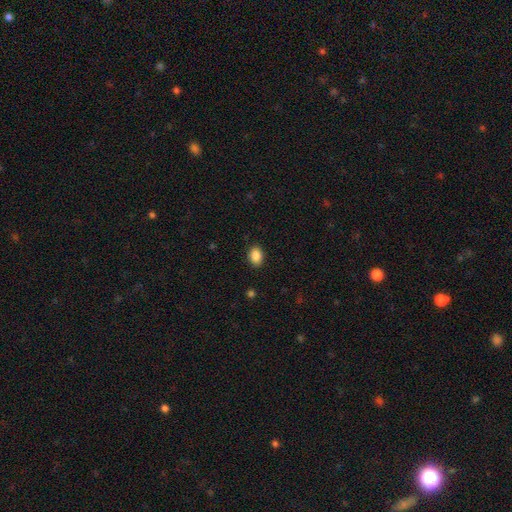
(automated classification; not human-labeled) Q: Smooth or featured?
A: smooth (88%); runner-up: star or artifact (8%)
Q: How rounded?
A: in between (78%); runner-up: round (21%)
Q: Merging?
A: none (89%); runner-up: minor disturbance (8%)